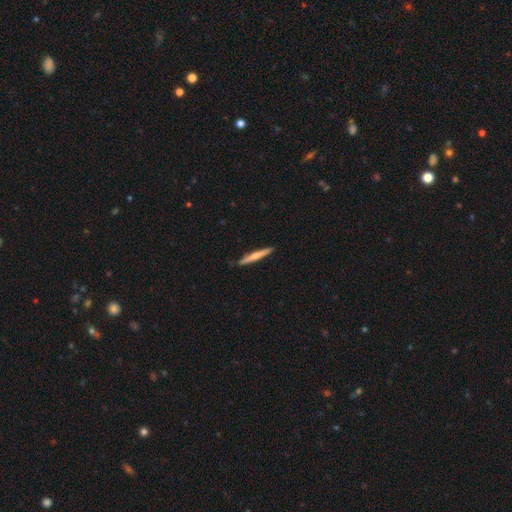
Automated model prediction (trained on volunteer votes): A smooth galaxy with no disk features (58%) that is cigar-shaped (95%). Merging: none (89%).